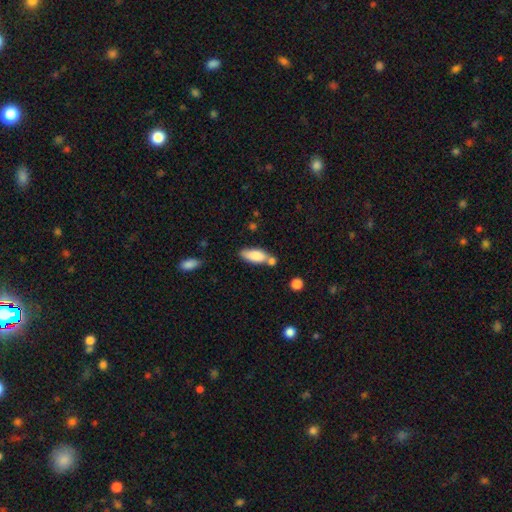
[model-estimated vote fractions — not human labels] Overall: smooth (83%). How rounded: in between (77%). Merging: none (53%; merger 25%).